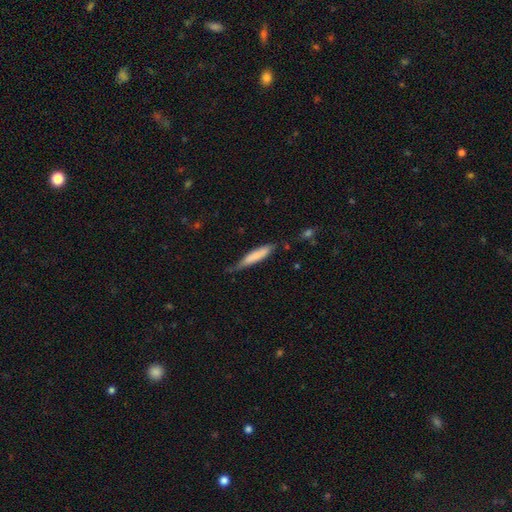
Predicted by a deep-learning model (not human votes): A smooth galaxy with no disk features (74%) that is cigar-shaped (86%).

Vote fractions:
- Smooth or featured? smooth: 74% / featured or disk: 21% / star or artifact: 6%
- How rounded? cigar-shaped: 86% / in between: 13% / round: 1%
- Merging? none: 58% / minor disturbance: 33% / major disturbance: 7% / merger: 3%